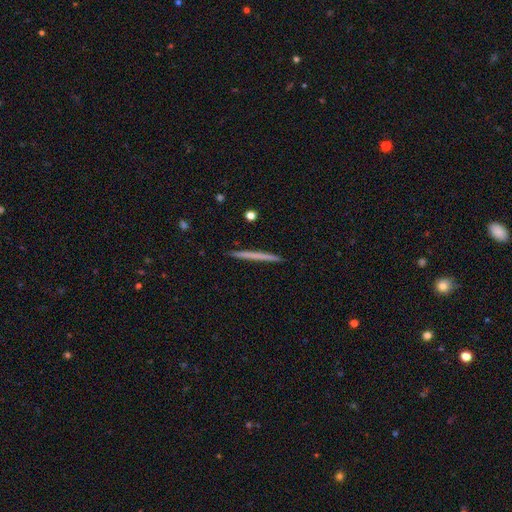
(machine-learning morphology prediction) Smooth or featured: smooth — 56% (featured or disk — 39%)
How rounded: cigar-shaped — 97% (in between — 1%)
Merging: none — 93% (minor disturbance — 5%)